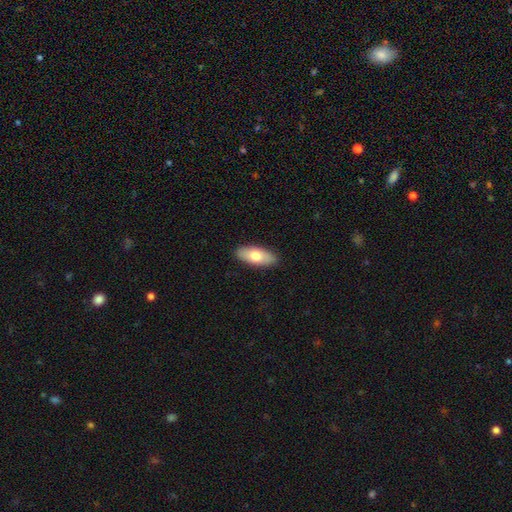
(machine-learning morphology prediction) Smooth or featured? smooth (74%)
How rounded? in between (83%)
Merging? none (89%)